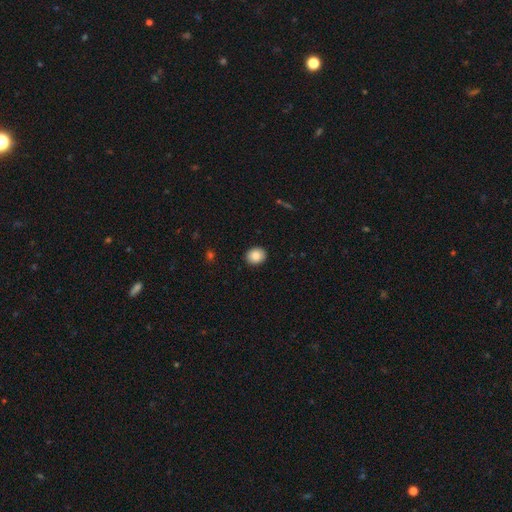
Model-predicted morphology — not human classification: A smooth galaxy with no disk features (87%) that is round (63%). Merging: none (91%).